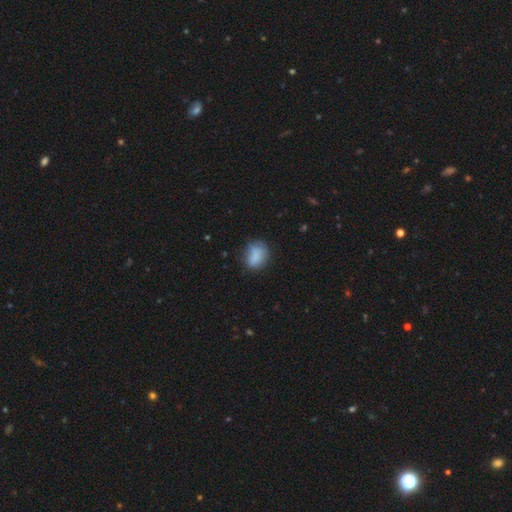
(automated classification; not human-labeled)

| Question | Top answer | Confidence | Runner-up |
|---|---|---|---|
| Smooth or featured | smooth | 81% | featured or disk (10%) |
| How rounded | in between | 58% | round (40%) |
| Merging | none | 62% | minor disturbance (27%) |